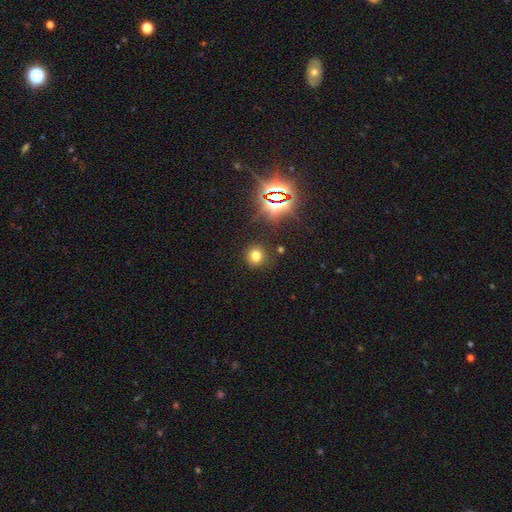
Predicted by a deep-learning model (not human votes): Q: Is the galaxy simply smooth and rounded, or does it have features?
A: smooth — 70%.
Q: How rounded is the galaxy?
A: round — 90%.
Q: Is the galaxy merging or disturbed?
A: none — 86%.